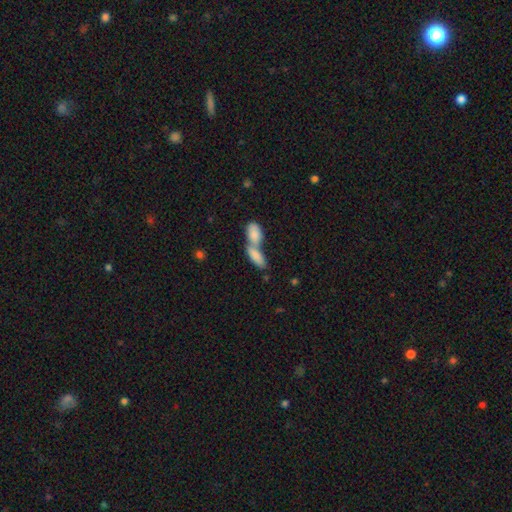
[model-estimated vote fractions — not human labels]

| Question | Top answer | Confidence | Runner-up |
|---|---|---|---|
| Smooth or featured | smooth | 82% | featured or disk (12%) |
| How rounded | in between | 77% | cigar-shaped (19%) |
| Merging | merger | 72% | none (20%) |